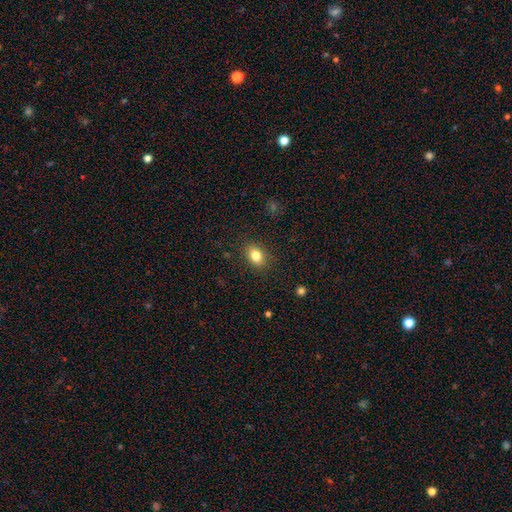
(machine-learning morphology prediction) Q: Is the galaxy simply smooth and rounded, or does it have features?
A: smooth — 83%.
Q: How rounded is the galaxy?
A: in between — 72%.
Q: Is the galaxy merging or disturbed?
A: none — 86%.